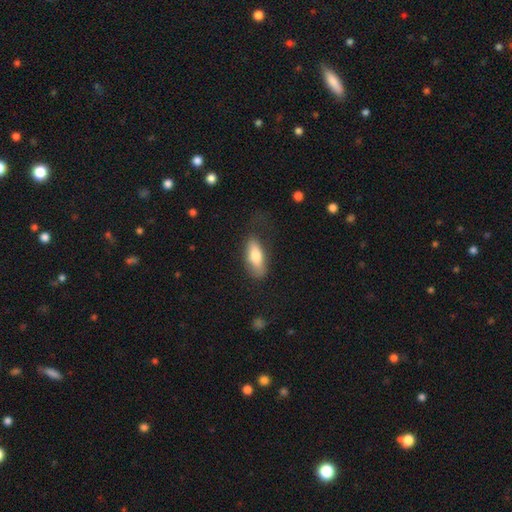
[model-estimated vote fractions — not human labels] This is likely a smooth galaxy (74%). How rounded: likely in between (74%). Merging: likely none (64%).